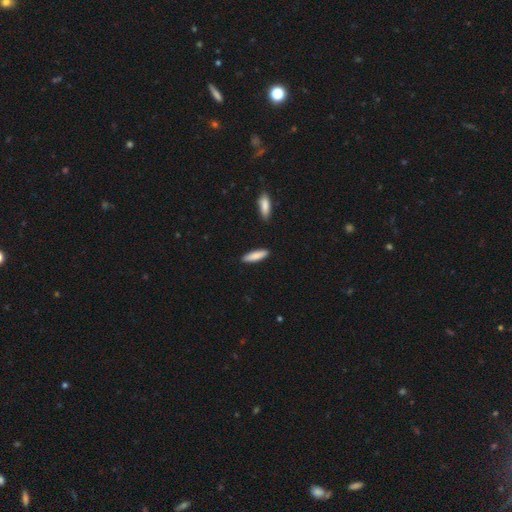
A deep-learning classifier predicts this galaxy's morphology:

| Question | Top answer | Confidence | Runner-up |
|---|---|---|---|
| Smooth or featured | smooth | 85% | featured or disk (10%) |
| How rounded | cigar-shaped | 66% | in between (33%) |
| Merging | none | 88% | minor disturbance (8%) |